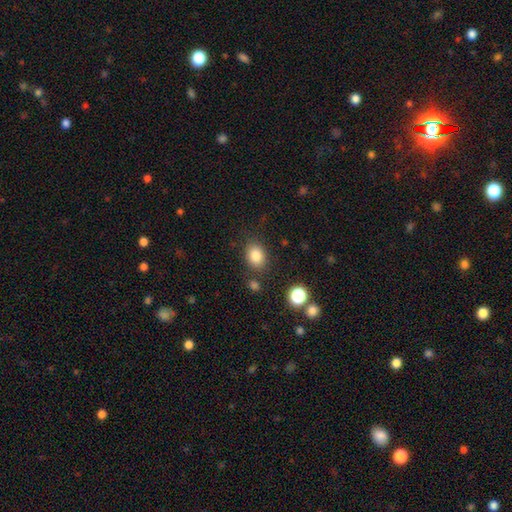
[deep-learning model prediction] Smooth or featured?
  - smooth: 84% *
  - star or artifact: 10%
  - featured or disk: 6%
How rounded?
  - in between: 63% *
  - round: 36%
  - cigar-shaped: 1%
Merging?
  - none: 79% *
  - minor disturbance: 12%
  - major disturbance: 4%
  - merger: 4%